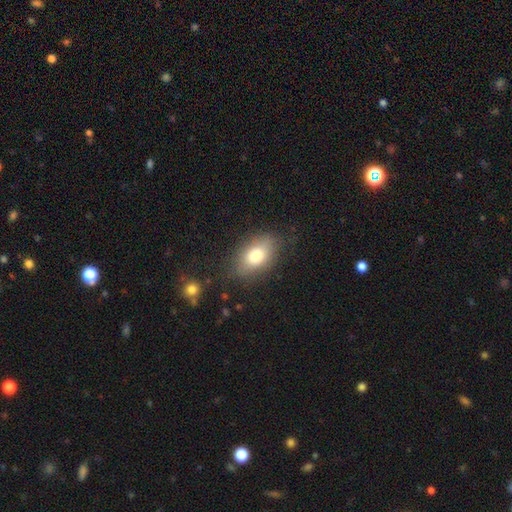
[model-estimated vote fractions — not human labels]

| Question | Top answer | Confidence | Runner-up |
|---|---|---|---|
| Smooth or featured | smooth | 77% | featured or disk (15%) |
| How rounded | in between | 88% | round (10%) |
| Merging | none | 77% | minor disturbance (16%) |